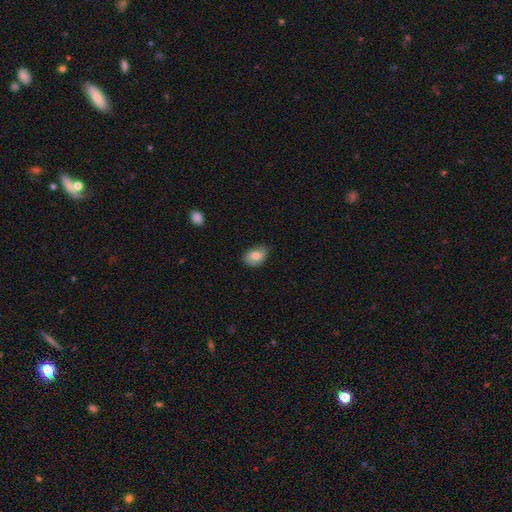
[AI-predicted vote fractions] Smooth or featured? smooth (79%)
How rounded? in between (80%)
Merging? none (75%)